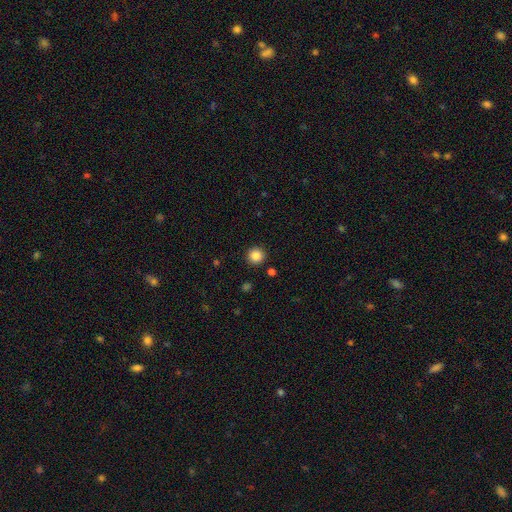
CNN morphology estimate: Overall: smooth (86%). How rounded: round (94%). Merging: none (91%).